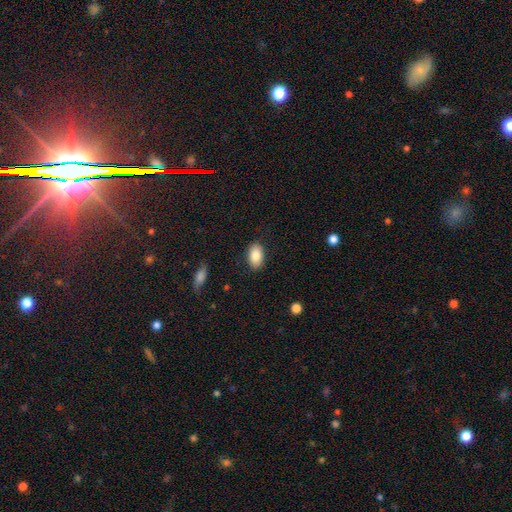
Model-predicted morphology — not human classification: Smooth or featured? smooth (85%)
How rounded? in between (92%)
Merging? none (87%)